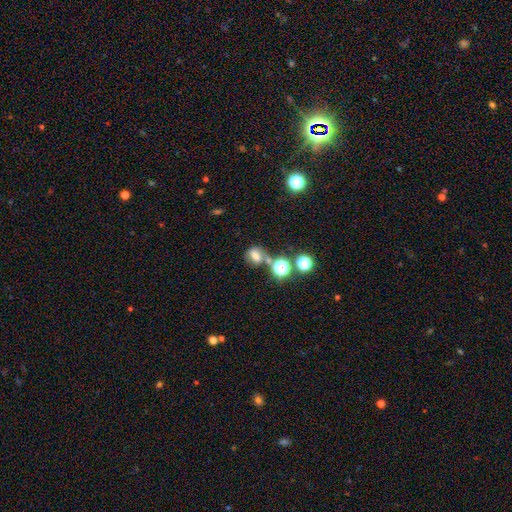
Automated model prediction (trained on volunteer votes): Smooth or featured? Predicted: smooth (p=0.58). How rounded? Predicted: round (p=0.53). Merging? Predicted: none (p=0.51).